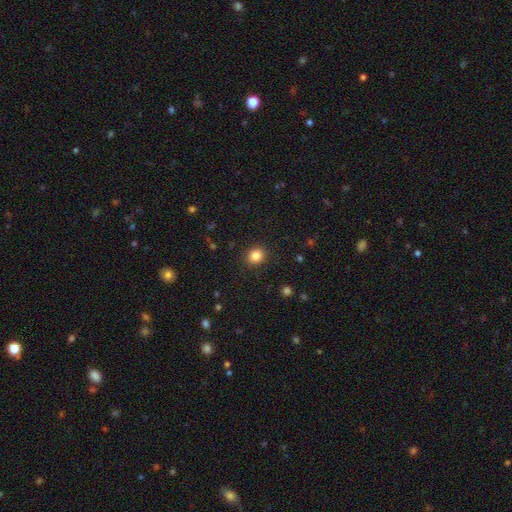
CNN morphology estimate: Overall: smooth (84%). How rounded: round (74%). Merging: none (90%).